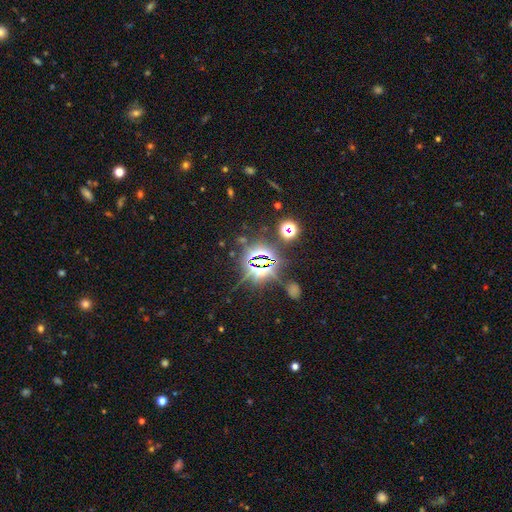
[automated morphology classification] smooth_or_featured: star or artifact (p=0.78) [alt: smooth p=0.13]